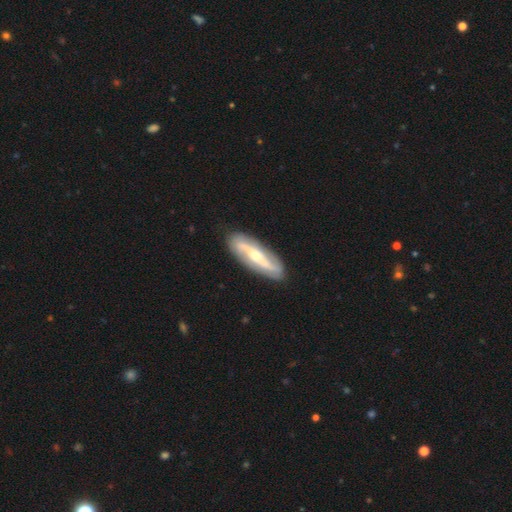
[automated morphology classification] smooth-or-featured: featured or disk: 79% | smooth: 17% | star or artifact: 4%
  disk-edge-on: no: 77% | yes: 23%
    bar: strong: 47% | weak: 28% | no: 25%
    has-spiral-arms: yes: 87% | no: 13%
      spiral-winding: loose: 54% | medium: 28% | tight: 17%
      spiral-arm-count: 2: 89% | can't tell: 6% | 1: 2% | 3: 1% | 4: 1% | more than 4: 1%
    bulge-size: moderate: 60% | small: 33% | large: 4% | none: 1% | dominant: 1%
  merging: none: 87% | minor disturbance: 9% | major disturbance: 2% | merger: 1%